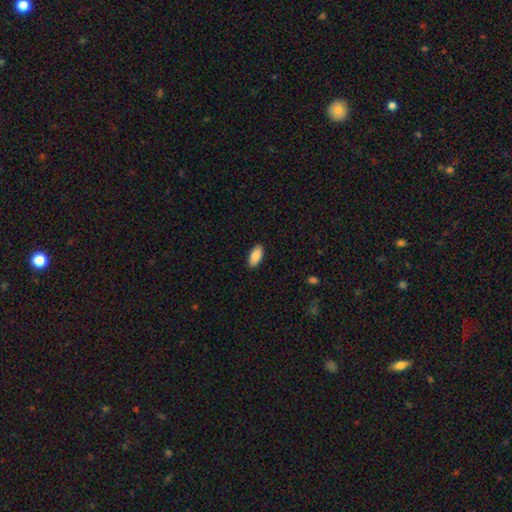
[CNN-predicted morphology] type=smooth (89%); roundness=in between (92%); merging=none (88%).